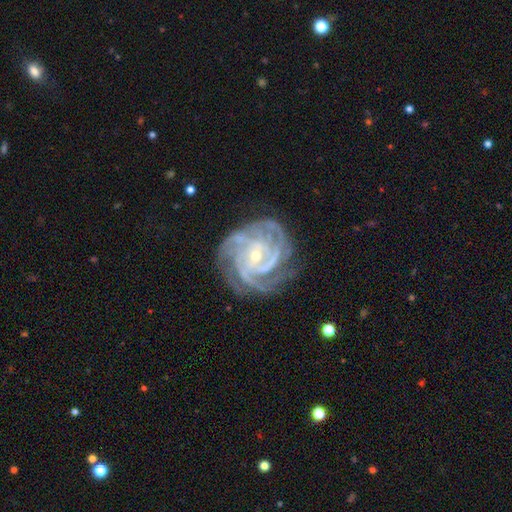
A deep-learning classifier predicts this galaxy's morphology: Overall: featured or disk (92%). Edge-on disk: no (98%). Bar: no (59%; weak 30%). Spiral arms: yes (98%). Spiral arm count: 4 (33%; 3 29%). Spiral winding: tight (71%). Bulge size: small (70%). Merging: none (71%).